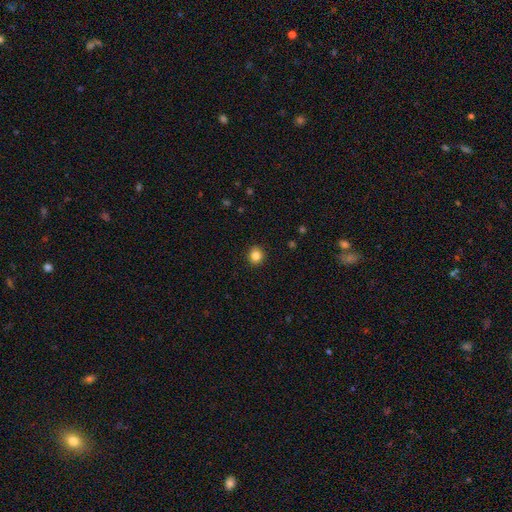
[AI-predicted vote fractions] The model was most divided on "how rounded": round: 86%, in between: 13%, cigar-shaped: 1%. More confident: merging — none (92%); smooth or featured — smooth (84%).